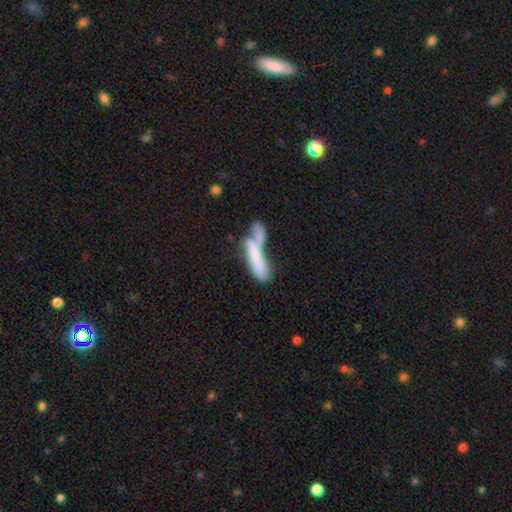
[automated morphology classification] smooth 64%, featured or disk 28%, star or artifact 8%. Down the decision tree: how rounded — cigar-shaped (77%); merging — merger (46%).